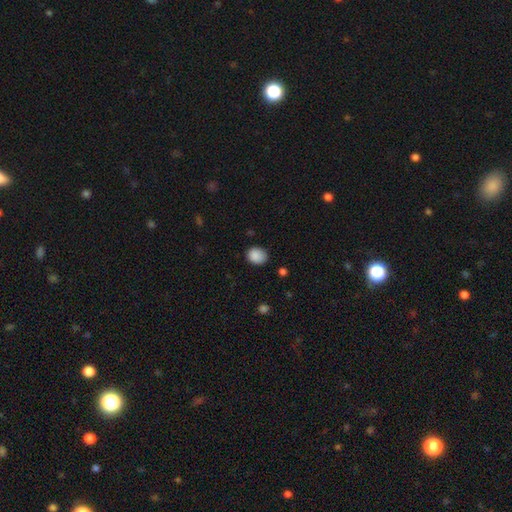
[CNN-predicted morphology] type=smooth (88%); roundness=round (56%); merging=none (79%).